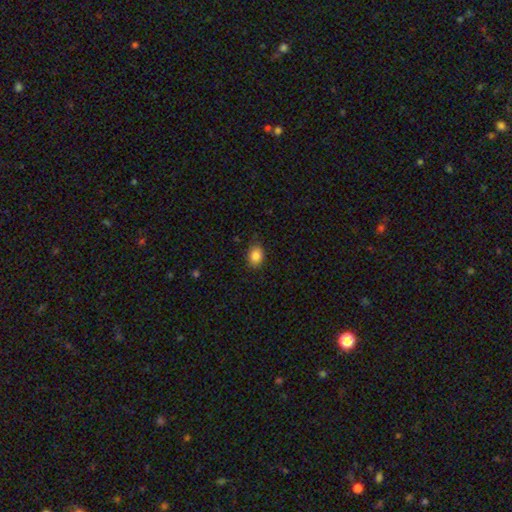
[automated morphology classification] Smooth or featured?
  - smooth: 87% *
  - star or artifact: 9%
  - featured or disk: 4%
How rounded?
  - in between: 64% *
  - round: 35%
  - cigar-shaped: 1%
Merging?
  - none: 80% *
  - minor disturbance: 16%
  - major disturbance: 3%
  - merger: 1%